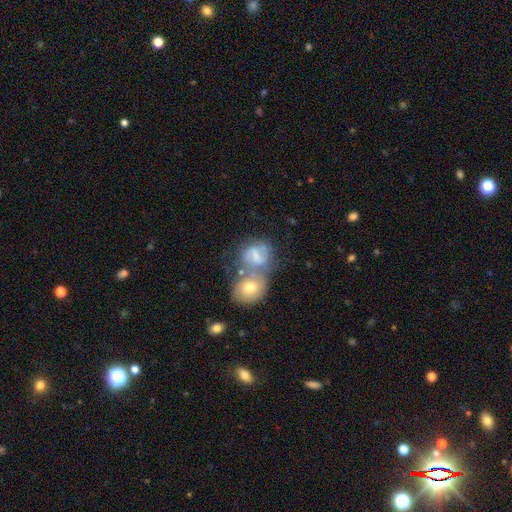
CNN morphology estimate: This appears to be a featured or disk galaxy (51%). Merging: merger (60%).